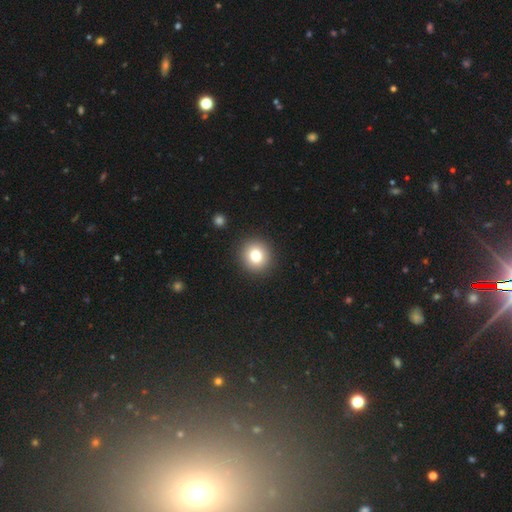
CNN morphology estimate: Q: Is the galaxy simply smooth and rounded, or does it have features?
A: smooth — 78%.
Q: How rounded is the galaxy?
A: round — 89%.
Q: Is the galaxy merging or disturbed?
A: none — 92%.